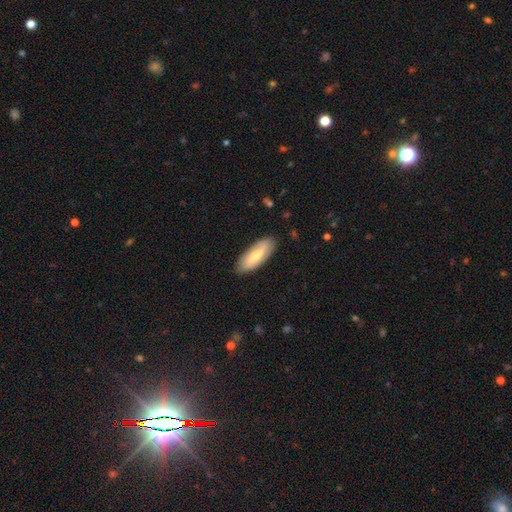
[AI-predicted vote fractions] smooth 52%, featured or disk 42%, star or artifact 5%. Down the decision tree: how rounded — in between (73%); merging — none (85%).